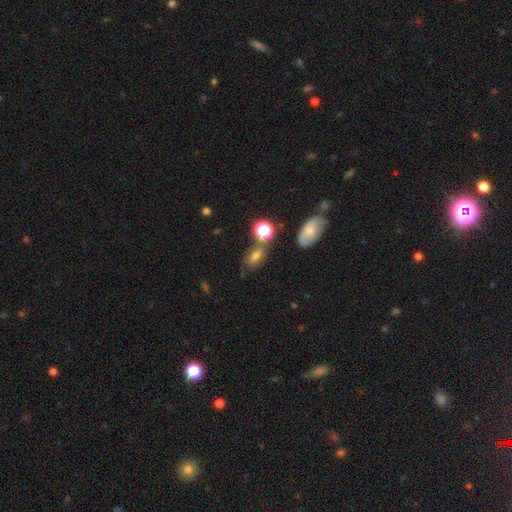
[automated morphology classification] Smooth or featured?
  - smooth: 62% *
  - star or artifact: 21%
  - featured or disk: 17%
How rounded?
  - in between: 73% *
  - round: 24%
  - cigar-shaped: 4%
Merging?
  - none: 55% *
  - minor disturbance: 21%
  - merger: 14%
  - major disturbance: 10%